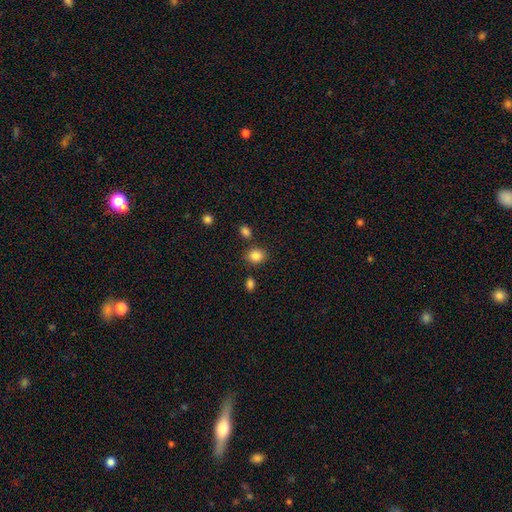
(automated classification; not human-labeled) This appears to be a smooth galaxy with no disk features (86%) that is round (66%). Merging: none (80%).